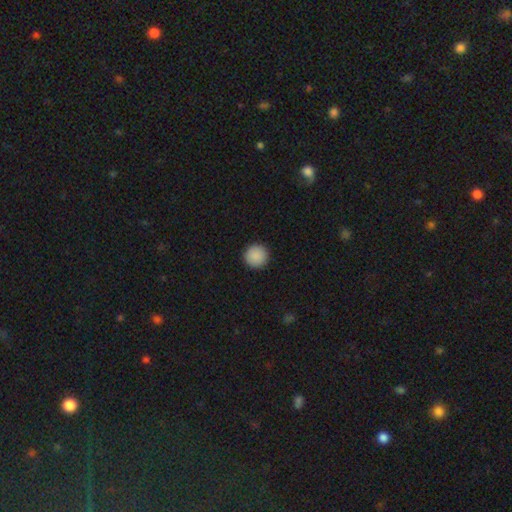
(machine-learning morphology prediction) Smooth or featured? Predicted: smooth (p=0.90). How rounded? Predicted: round (p=0.96). Merging? Predicted: none (p=0.93).